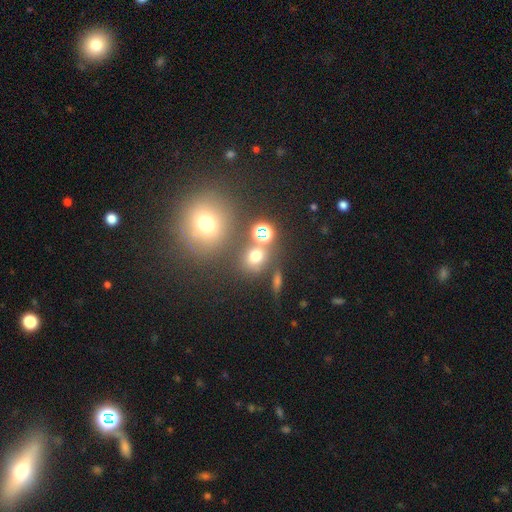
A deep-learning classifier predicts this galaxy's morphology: smooth_or_featured: smooth (p=0.62) [alt: star or artifact p=0.27]
how_rounded: round (p=0.73) [alt: in between p=0.25]
merging: none (p=0.66) [alt: merger p=0.19]